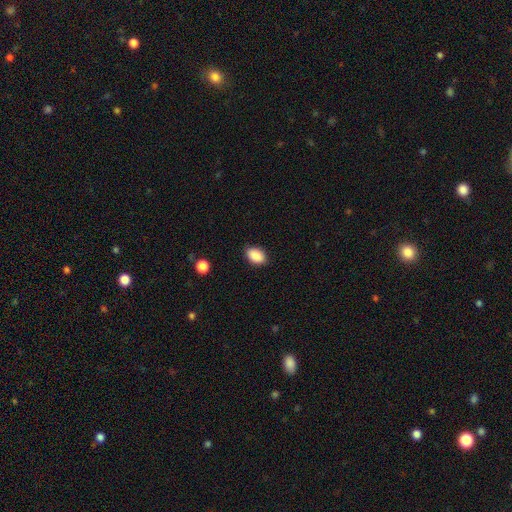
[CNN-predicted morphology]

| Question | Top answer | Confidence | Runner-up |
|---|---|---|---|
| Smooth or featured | smooth | 89% | star or artifact (8%) |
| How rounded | in between | 87% | round (12%) |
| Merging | none | 86% | minor disturbance (11%) |